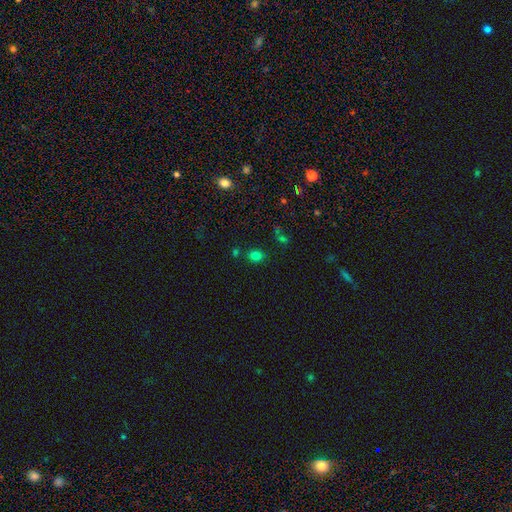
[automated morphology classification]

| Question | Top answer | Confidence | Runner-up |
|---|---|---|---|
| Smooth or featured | smooth | 76% | star or artifact (18%) |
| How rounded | round | 53% | in between (46%) |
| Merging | none | 79% | minor disturbance (11%) |